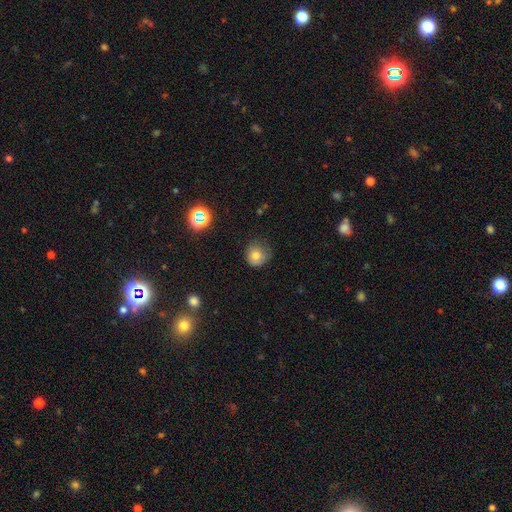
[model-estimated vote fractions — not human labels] This is likely a smooth galaxy (75%). How rounded: clearly round (89%). Merging: likely none (63%).